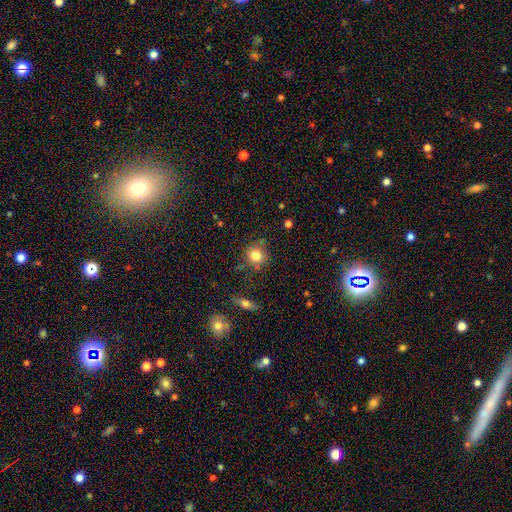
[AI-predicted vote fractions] A smooth galaxy with no disk features (81%) that is round (84%). Merging: none (73%).